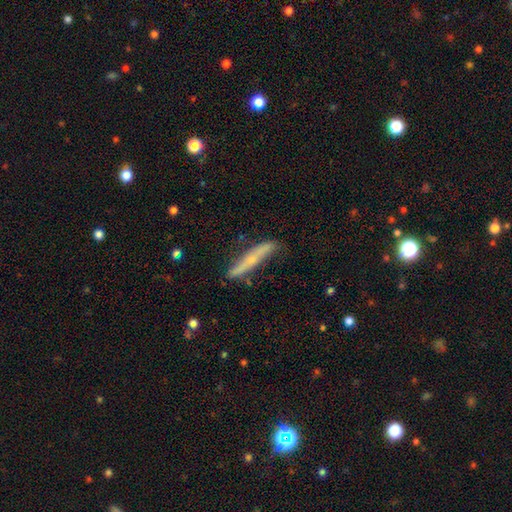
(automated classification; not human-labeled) Smooth or featured? Predicted: smooth (p=0.45). Merging? Predicted: none (p=0.75).